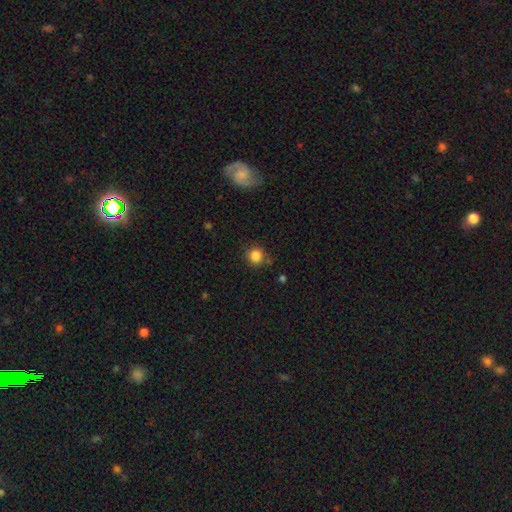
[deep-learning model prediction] smooth 84%, star or artifact 11%, featured or disk 5%. Down the decision tree: how rounded — round (91%); merging — none (78%).